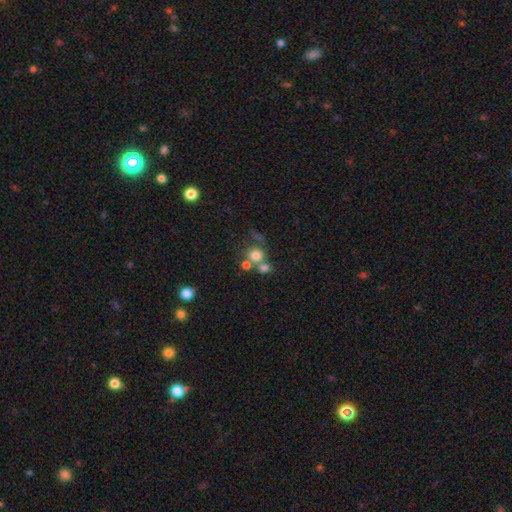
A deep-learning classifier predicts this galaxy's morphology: Smooth or featured: smooth — 72% (star or artifact — 14%)
How rounded: round — 87% (in between — 12%)
Merging: none — 45% (merger — 39%)